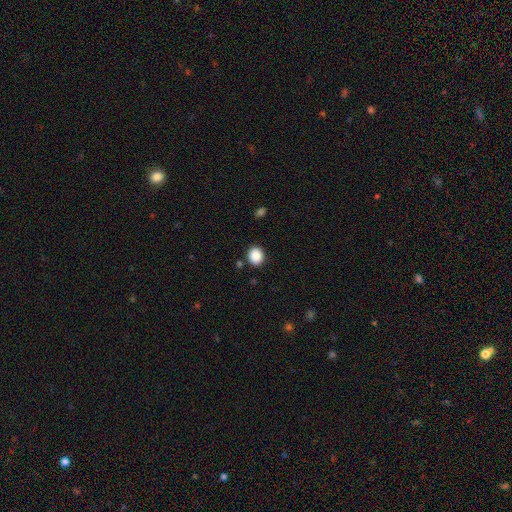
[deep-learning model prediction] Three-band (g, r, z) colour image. It shows a smooth galaxy with no disk features (89%) that is round (59%). Merging: none (87%).